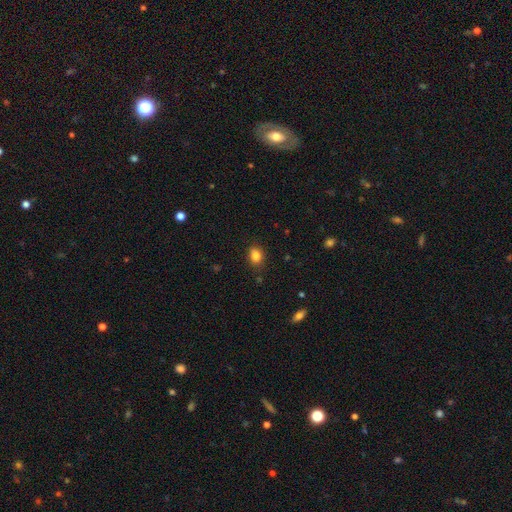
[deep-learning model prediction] Smooth or featured: smooth — 84% (star or artifact — 10%)
How rounded: in between — 64% (round — 35%)
Merging: none — 86% (minor disturbance — 10%)